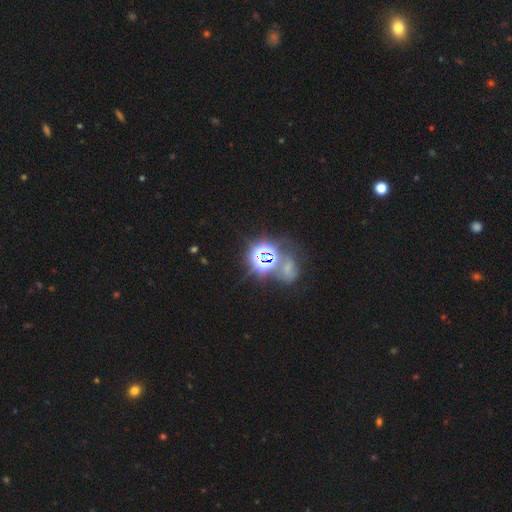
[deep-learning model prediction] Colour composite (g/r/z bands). It shows a star or artifact, not a galaxy (73%).